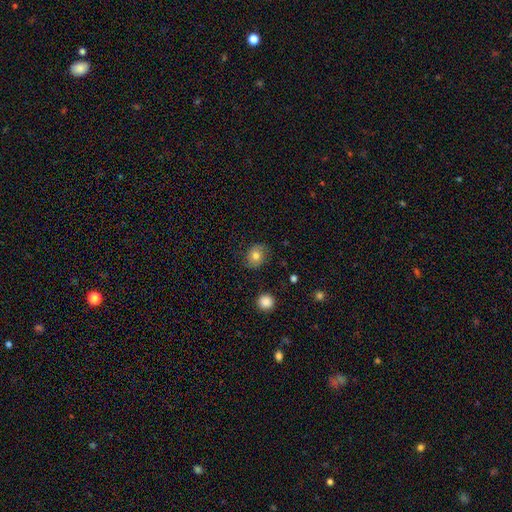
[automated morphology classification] The model was most divided on "how rounded": round: 62%, in between: 37%, cigar-shaped: 1%. More confident: merging — none (81%); smooth or featured — smooth (75%).